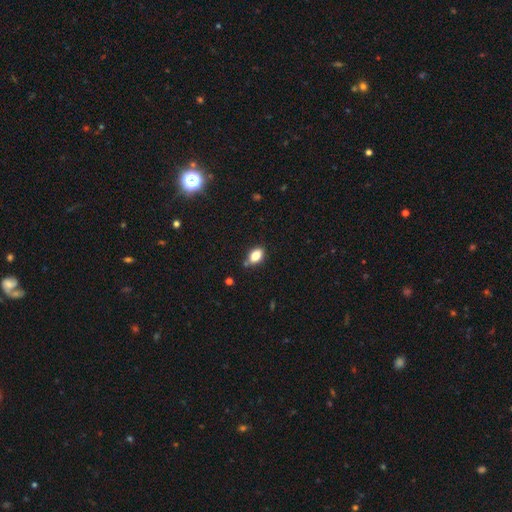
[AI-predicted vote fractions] A smooth galaxy with no disk features (82%) that is in between round and cigar-shaped (82%). Merging: none (70%).